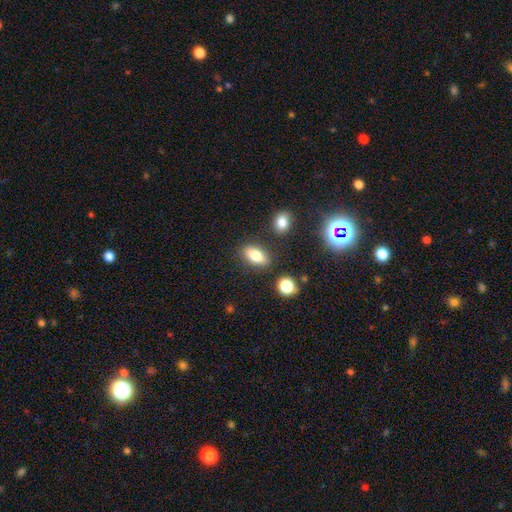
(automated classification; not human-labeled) This appears to be a smooth galaxy with no disk features (78%) that is in between round and cigar-shaped (83%). Merging: none (82%).